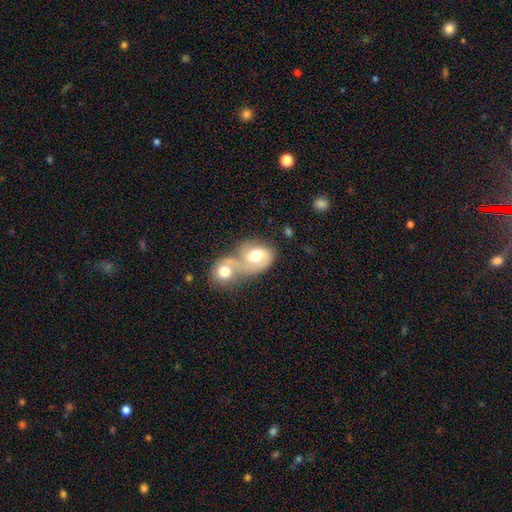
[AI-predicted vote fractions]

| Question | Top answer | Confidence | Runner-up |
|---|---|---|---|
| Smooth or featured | smooth | 49% | featured or disk (44%) |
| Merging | merger | 76% | none (11%) |